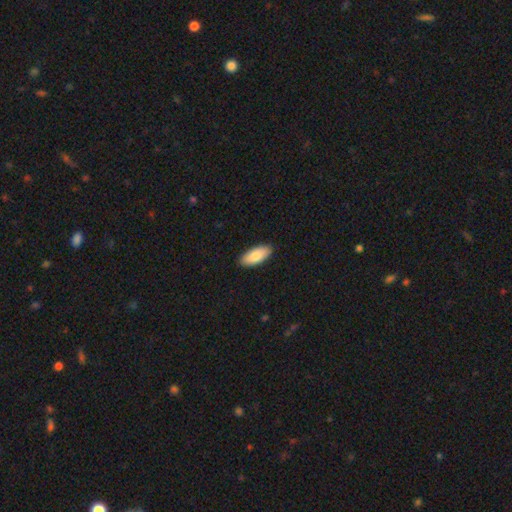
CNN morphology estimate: Smooth or featured?
  - smooth: 86% *
  - featured or disk: 9%
  - star or artifact: 5%
How rounded?
  - in between: 87% *
  - cigar-shaped: 11%
  - round: 2%
Merging?
  - none: 89% *
  - minor disturbance: 8%
  - major disturbance: 2%
  - merger: 1%